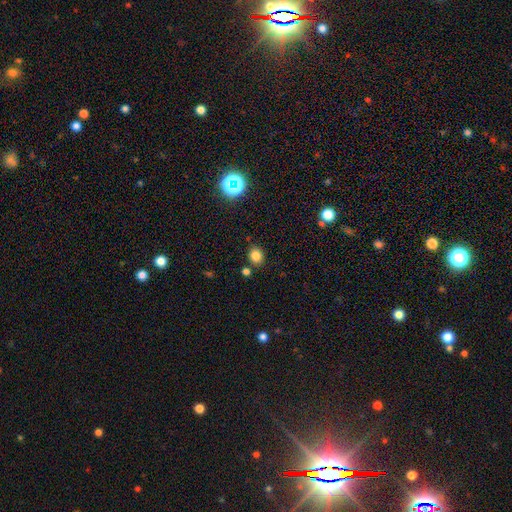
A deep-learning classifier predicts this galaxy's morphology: This is clearly a smooth galaxy (80%). How rounded: likely round (71%). Merging: clearly none (81%).